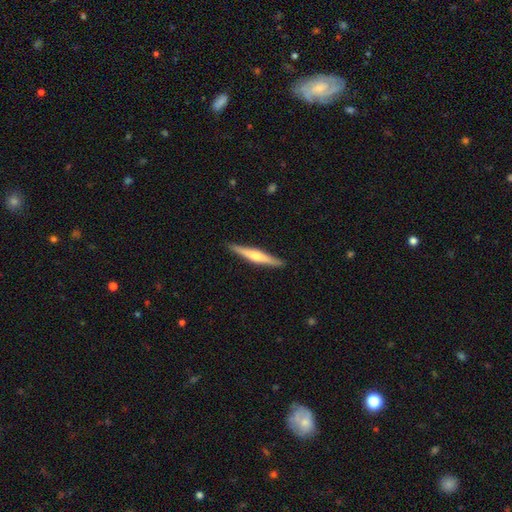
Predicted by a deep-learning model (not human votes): This appears to be a featured or disk galaxy (60%) viewed edge-on (97%) with a rounded central bulge (82%). Merging: none (91%).